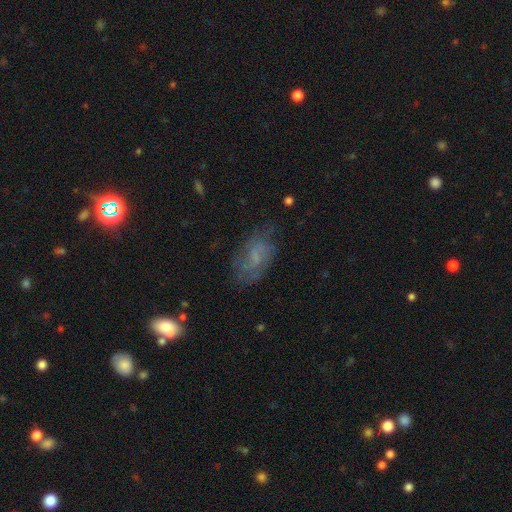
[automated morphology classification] Smooth or featured? featured or disk (44%)
Merging? none (62%)